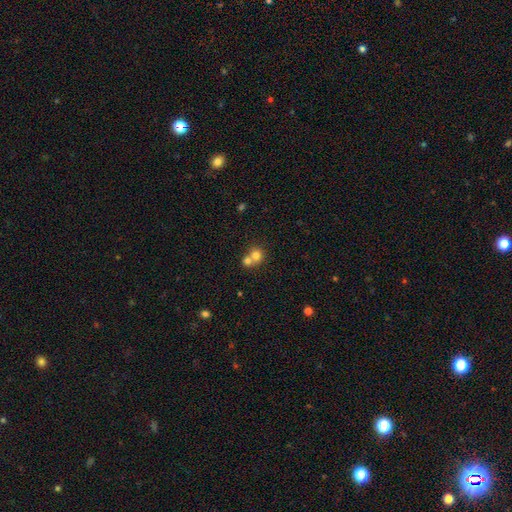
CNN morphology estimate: Smooth or featured: smooth — 74% (featured or disk — 15%)
How rounded: round — 82% (in between — 17%)
Merging: merger — 60% (none — 33%)